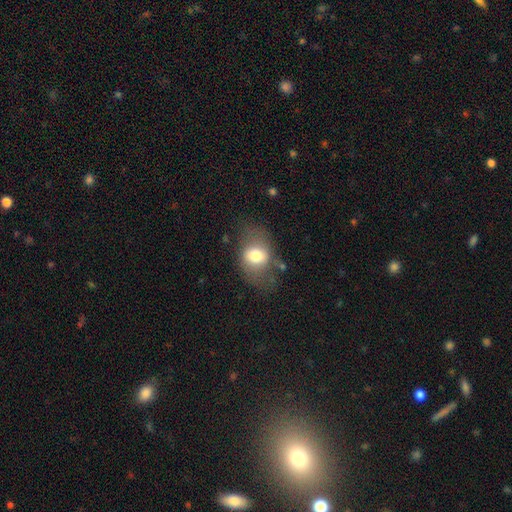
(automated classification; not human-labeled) smooth 67%, featured or disk 25%, star or artifact 8%. Down the decision tree: how rounded — in between (72%); merging — none (58%).